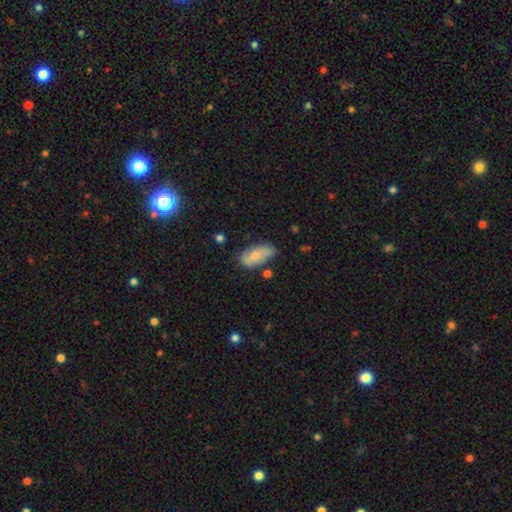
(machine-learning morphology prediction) Overall: smooth (52%; featured or disk 41%). How rounded: in between (88%). Merging: none (68%).